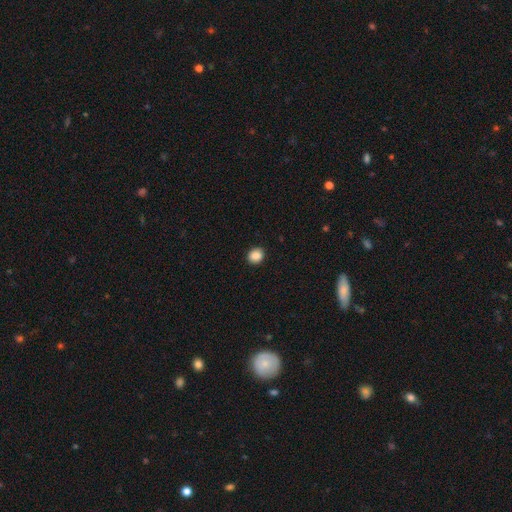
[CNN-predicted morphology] A smooth galaxy with no disk features (88%) that is round (75%). Merging: none (91%).